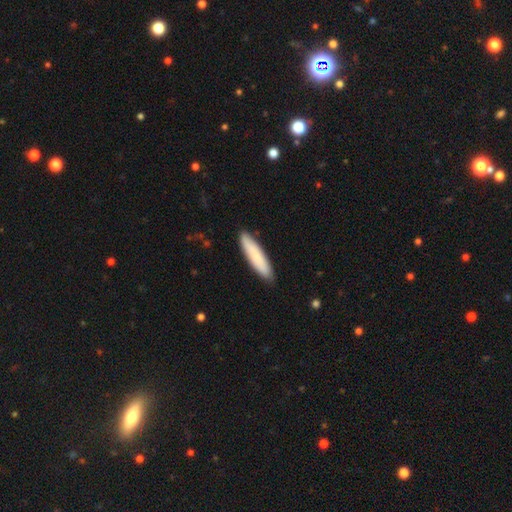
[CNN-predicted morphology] A smooth galaxy with no disk features (80%) that is cigar-shaped (80%).

Vote fractions:
- Smooth or featured? smooth: 80% / featured or disk: 14% / star or artifact: 6%
- How rounded? cigar-shaped: 80% / in between: 19% / round: 1%
- Merging? none: 88% / minor disturbance: 10% / major disturbance: 2% / merger: 1%